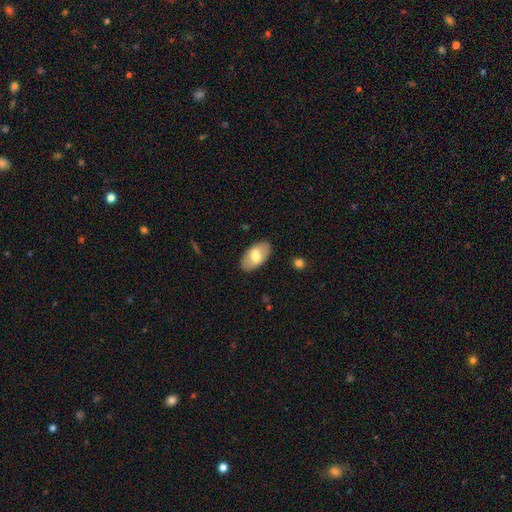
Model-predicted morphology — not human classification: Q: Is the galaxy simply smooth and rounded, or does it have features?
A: smooth — 64%.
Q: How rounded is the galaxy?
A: in between — 95%.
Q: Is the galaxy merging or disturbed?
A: none — 87%.